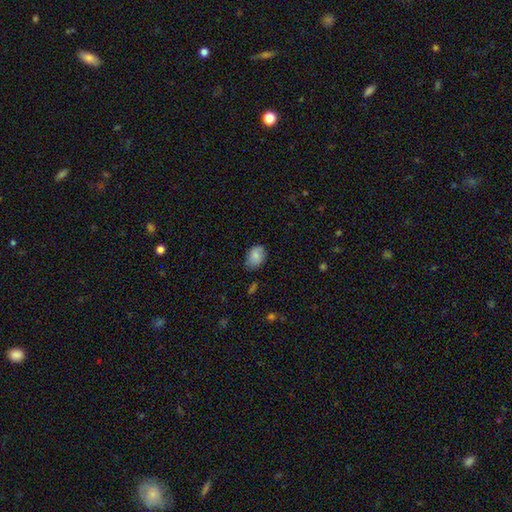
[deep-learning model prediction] Morphology: type=smooth (84%); roundness=in between (78%); merging=none (76%).